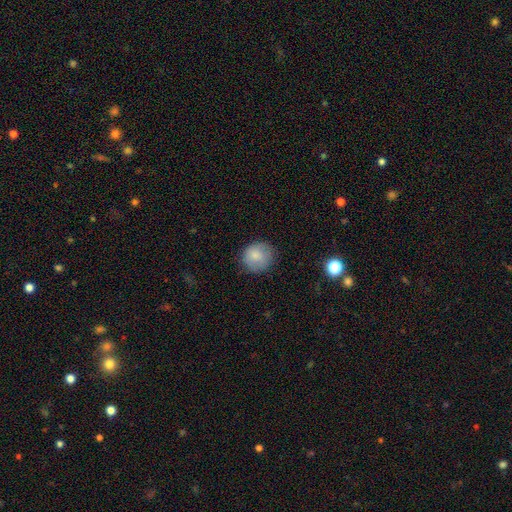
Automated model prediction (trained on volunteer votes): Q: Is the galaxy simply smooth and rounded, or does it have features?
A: smooth — 83%.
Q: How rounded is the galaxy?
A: round — 88%.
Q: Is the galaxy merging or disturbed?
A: none — 80%.